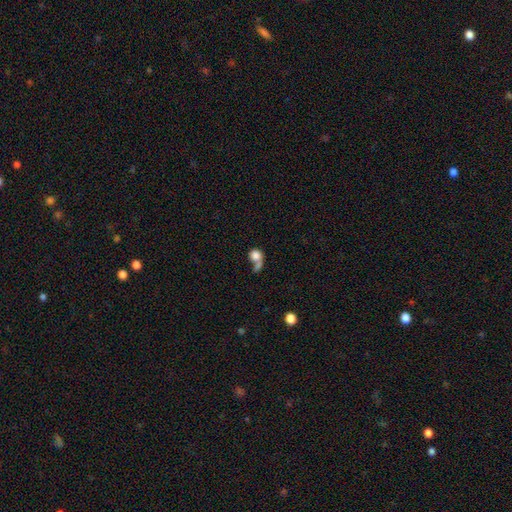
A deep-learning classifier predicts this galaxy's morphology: A smooth galaxy with no disk features (75%) that is round (74%).

Vote fractions:
- Smooth or featured? smooth: 75% / featured or disk: 15% / star or artifact: 10%
- How rounded? round: 74% / in between: 24% / cigar-shaped: 2%
- Merging? merger: 44% / none: 26% / major disturbance: 19% / minor disturbance: 11%